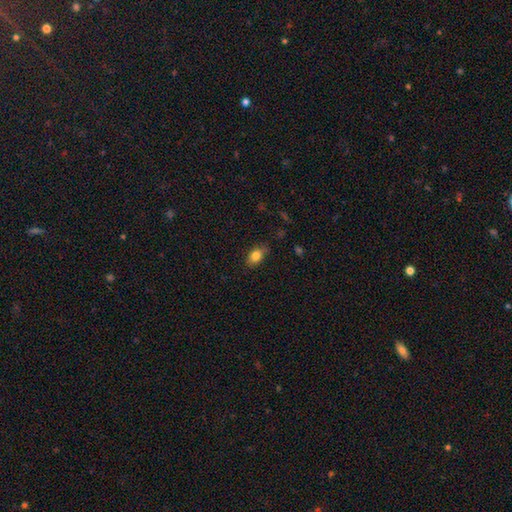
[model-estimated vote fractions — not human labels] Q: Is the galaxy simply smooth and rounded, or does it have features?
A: smooth — 83%.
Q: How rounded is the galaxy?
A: in between — 79%.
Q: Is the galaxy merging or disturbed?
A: none — 77%.